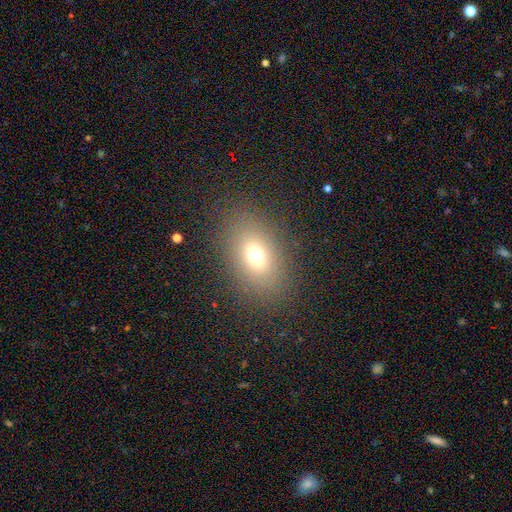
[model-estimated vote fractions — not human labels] A smooth galaxy with no disk features (71%) that is in between round and cigar-shaped (77%).

Vote fractions:
- Smooth or featured? smooth: 71% / star or artifact: 16% / featured or disk: 13%
- How rounded? in between: 77% / round: 21% / cigar-shaped: 2%
- Merging? none: 84% / minor disturbance: 9% / major disturbance: 5% / merger: 1%